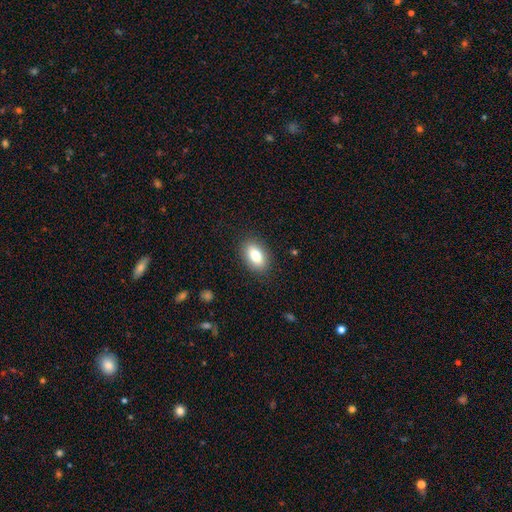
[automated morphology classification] Q: Smooth or featured?
A: smooth (81%); runner-up: featured or disk (11%)
Q: How rounded?
A: in between (90%); runner-up: round (7%)
Q: Merging?
A: none (88%); runner-up: minor disturbance (9%)